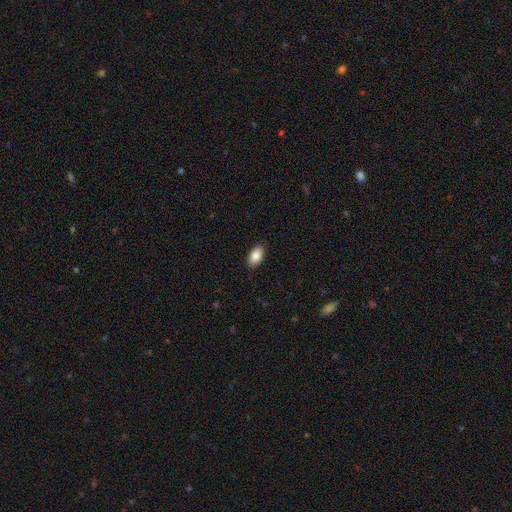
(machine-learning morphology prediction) This appears to be a smooth galaxy with no disk features (86%) that is in between round and cigar-shaped (94%). Merging: none (89%).